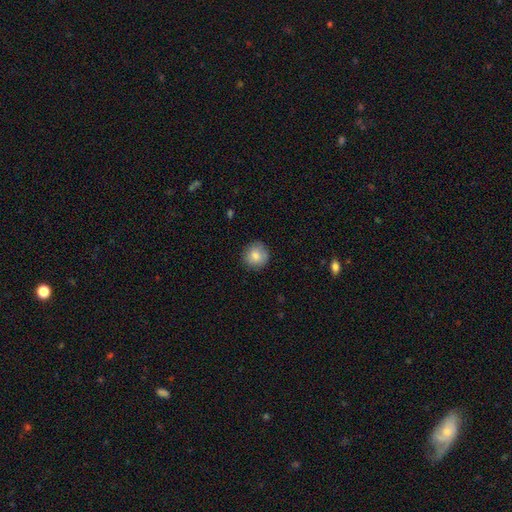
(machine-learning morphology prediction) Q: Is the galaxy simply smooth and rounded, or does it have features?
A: smooth — 83%.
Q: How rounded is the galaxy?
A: round — 91%.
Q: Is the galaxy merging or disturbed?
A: none — 84%.